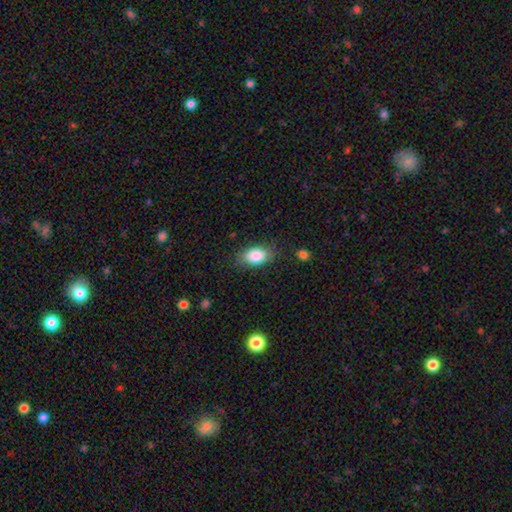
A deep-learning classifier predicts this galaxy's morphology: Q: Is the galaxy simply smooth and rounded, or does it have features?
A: smooth — 86%.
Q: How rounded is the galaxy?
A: in between — 88%.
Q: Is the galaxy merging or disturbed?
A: none — 78%.